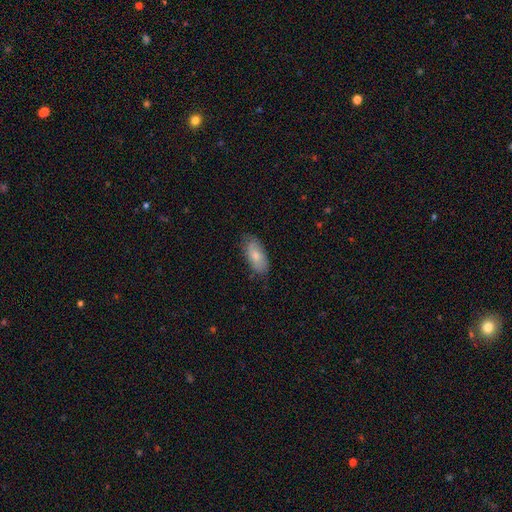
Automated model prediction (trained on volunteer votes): A smooth galaxy with no disk features (73%) that is in between round and cigar-shaped (90%). Merging: none (74%).